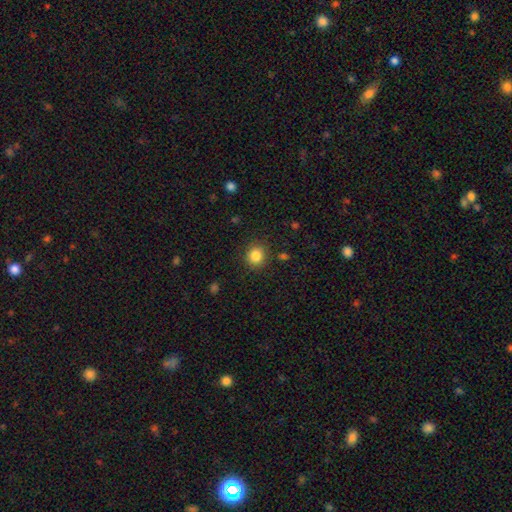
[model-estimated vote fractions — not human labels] Smooth or featured?
  - smooth: 84% *
  - star or artifact: 11%
  - featured or disk: 5%
How rounded?
  - round: 86% *
  - in between: 13%
  - cigar-shaped: 1%
Merging?
  - none: 88% *
  - minor disturbance: 8%
  - major disturbance: 3%
  - merger: 2%